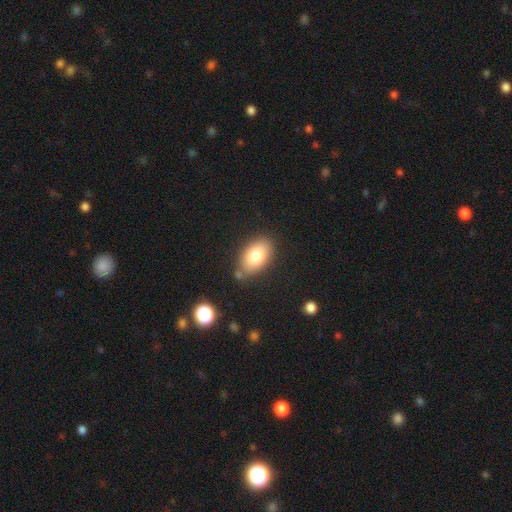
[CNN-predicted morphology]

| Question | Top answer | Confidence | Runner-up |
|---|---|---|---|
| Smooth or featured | smooth | 79% | featured or disk (13%) |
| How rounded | in between | 90% | round (8%) |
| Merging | none | 75% | minor disturbance (15%) |